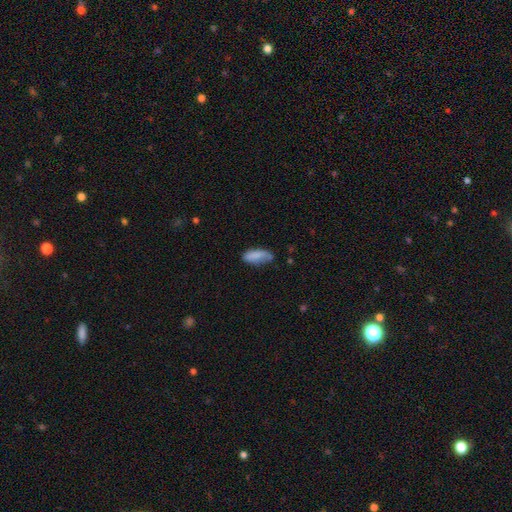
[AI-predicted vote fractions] Q: Smooth or featured?
A: smooth (80%); runner-up: featured or disk (13%)
Q: How rounded?
A: in between (81%); runner-up: cigar-shaped (16%)
Q: Merging?
A: none (55%); runner-up: minor disturbance (32%)